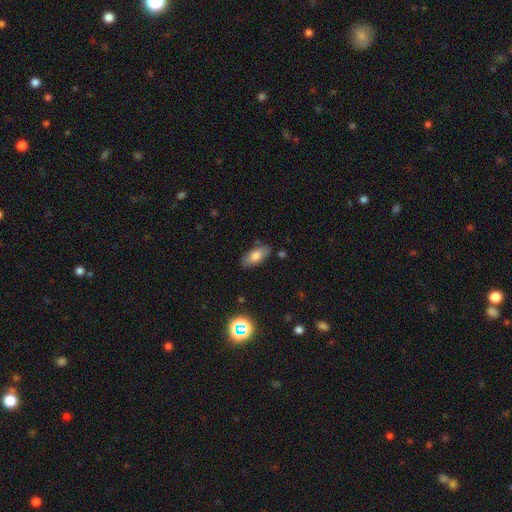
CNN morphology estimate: The model was most divided on "smooth or featured": smooth: 76%, featured or disk: 16%, star or artifact: 9%. More confident: how rounded — in between (85%); merging — none (81%).